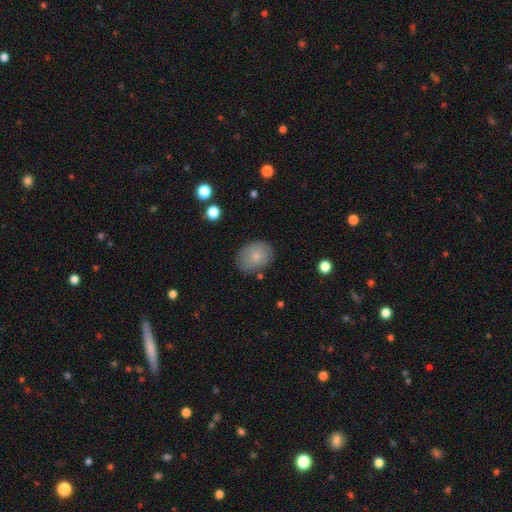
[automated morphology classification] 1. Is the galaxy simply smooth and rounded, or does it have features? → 74% smooth, 19% featured or disk, 7% star or artifact.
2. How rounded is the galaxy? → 62% in between, 37% round, 1% cigar-shaped.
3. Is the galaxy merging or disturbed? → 78% none, 16% minor disturbance, 4% major disturbance, 2% merger.